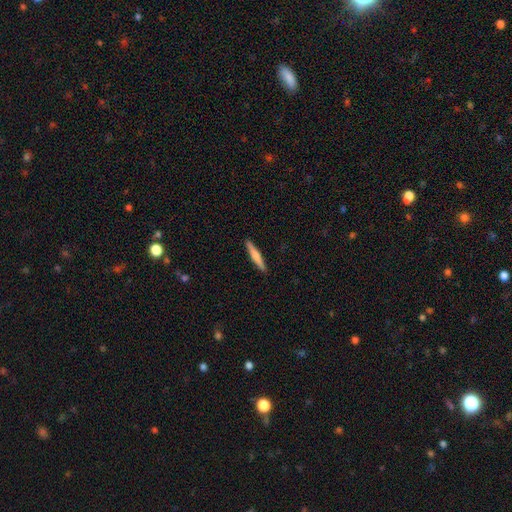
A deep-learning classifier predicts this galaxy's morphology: This is possibly a smooth galaxy (57%). How rounded: clearly cigar-shaped (93%). Merging: clearly none (91%).